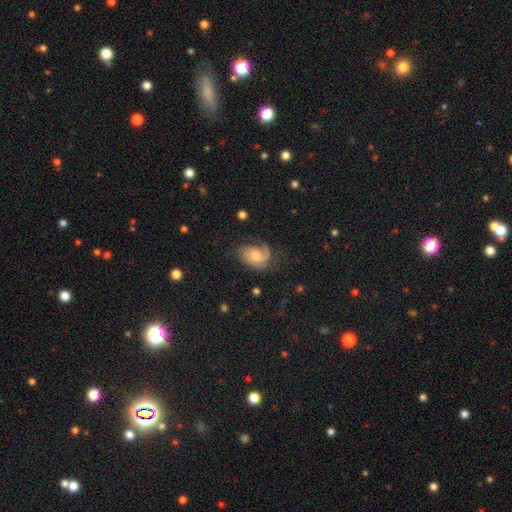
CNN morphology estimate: Smooth or featured?
  - featured or disk: 64% *
  - smooth: 25%
  - star or artifact: 10%
Edge-on disk?
  - no: 97% *
  - yes: 3%
Bar?
  - no: 69% *
  - weak: 27%
  - strong: 4%
Spiral arms?
  - yes: 90% *
  - no: 10%
Spiral winding?
  - medium: 43% *
  - tight: 35%
  - loose: 22%
Spiral arm count?
  - 2: 41% *
  - 1: 24%
  - can't tell: 20%
  - 3: 9%
  - 4: 3%
  - more than 4: 3%
Bulge size?
  - moderate: 56% *
  - small: 19%
  - large: 18%
  - none: 5%
  - dominant: 2%
Merging?
  - none: 56% *
  - minor disturbance: 23%
  - major disturbance: 19%
  - merger: 2%